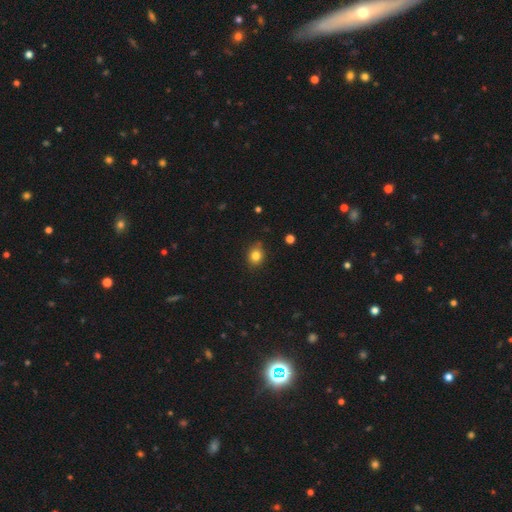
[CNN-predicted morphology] Smooth or featured: smooth — 83% (star or artifact — 11%)
How rounded: round — 61% (in between — 38%)
Merging: none — 80% (minor disturbance — 16%)